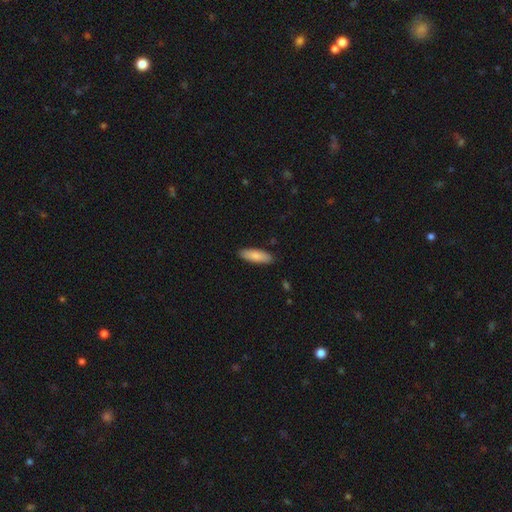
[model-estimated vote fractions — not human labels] Smooth or featured? Predicted: smooth (p=0.84). How rounded? Predicted: in between (p=0.50). Merging? Predicted: none (p=0.89).